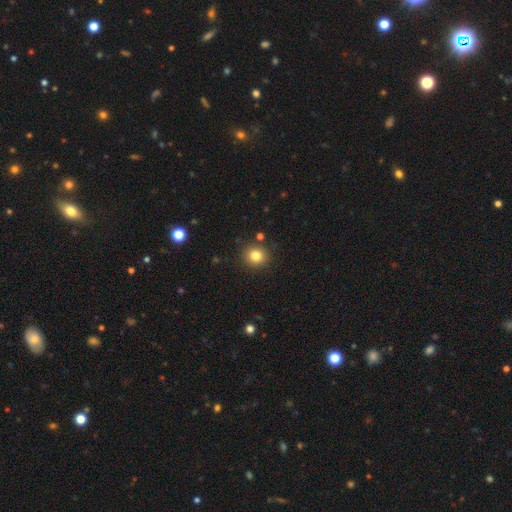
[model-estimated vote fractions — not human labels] This is clearly a smooth galaxy (82%). How rounded: clearly round (87%). Merging: clearly none (88%).